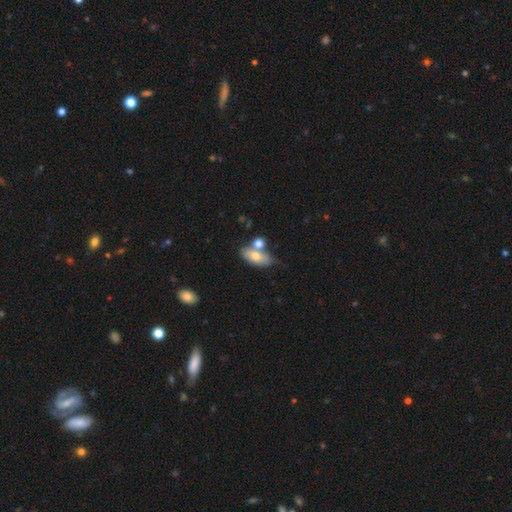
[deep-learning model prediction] Smooth or featured? Predicted: smooth (p=0.68). How rounded? Predicted: in between (p=0.84). Merging? Predicted: none (p=0.45).